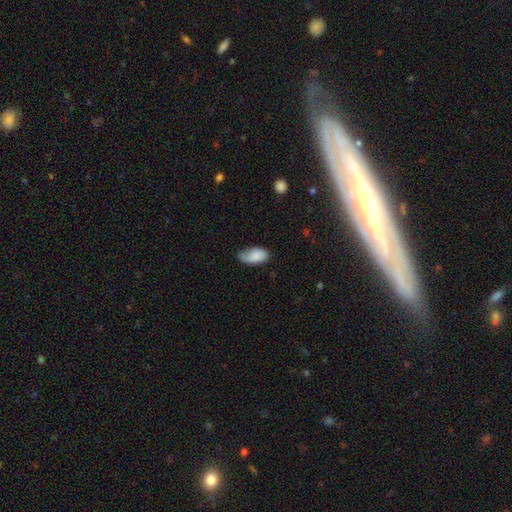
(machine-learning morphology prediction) Q: Smooth or featured?
A: smooth (82%); runner-up: featured or disk (12%)
Q: How rounded?
A: in between (95%); runner-up: round (3%)
Q: Merging?
A: none (50%); runner-up: minor disturbance (38%)